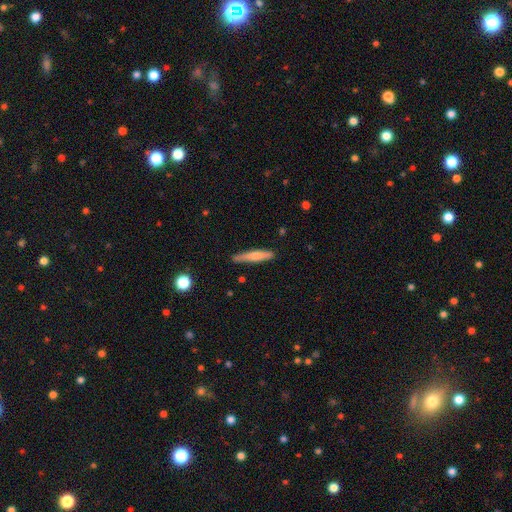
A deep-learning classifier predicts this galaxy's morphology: A smooth galaxy with no disk features (63%) that is cigar-shaped (90%).

Vote fractions:
- Smooth or featured? smooth: 63% / featured or disk: 32% / star or artifact: 6%
- How rounded? cigar-shaped: 90% / in between: 8% / round: 1%
- Merging? none: 79% / minor disturbance: 16% / major disturbance: 3% / merger: 2%